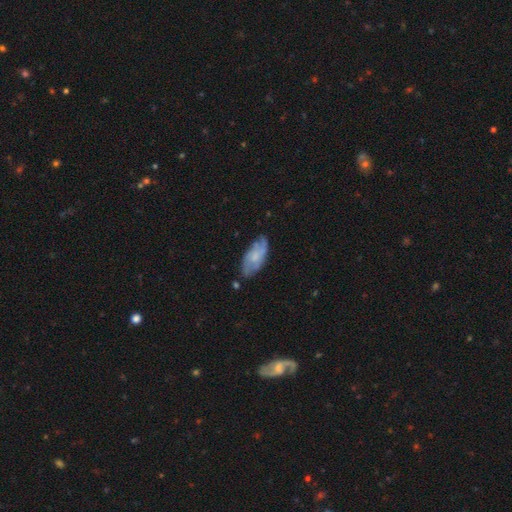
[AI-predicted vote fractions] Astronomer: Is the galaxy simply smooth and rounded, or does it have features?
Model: featured or disk — 56% (runner-up: smooth, 38%).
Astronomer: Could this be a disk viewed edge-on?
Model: no — 91%.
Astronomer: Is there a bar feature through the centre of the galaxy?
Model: no — 69%.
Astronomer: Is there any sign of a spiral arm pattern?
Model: yes — 80%.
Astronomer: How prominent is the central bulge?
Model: small — 41% (runner-up: moderate, 32%).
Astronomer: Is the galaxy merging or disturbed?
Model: none — 63%.